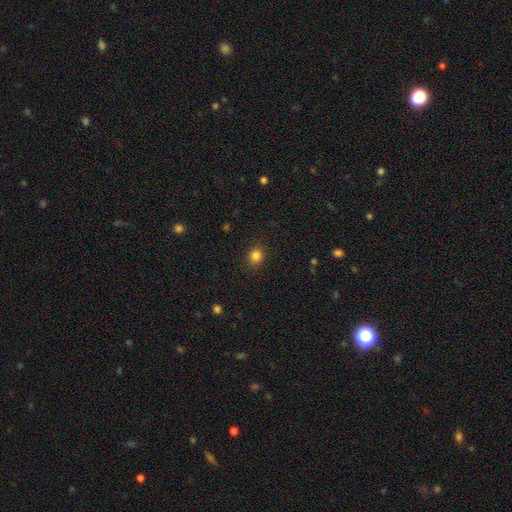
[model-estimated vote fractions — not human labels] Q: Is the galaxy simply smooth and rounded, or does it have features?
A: smooth — 84%.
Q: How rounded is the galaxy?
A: round — 84%.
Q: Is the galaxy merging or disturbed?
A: none — 89%.